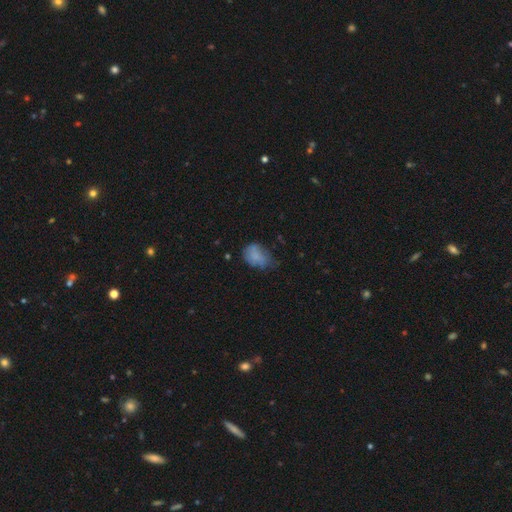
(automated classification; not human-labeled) This is likely a smooth galaxy (70%). How rounded: likely in between (78%). Merging: marginally minor disturbance (39%).